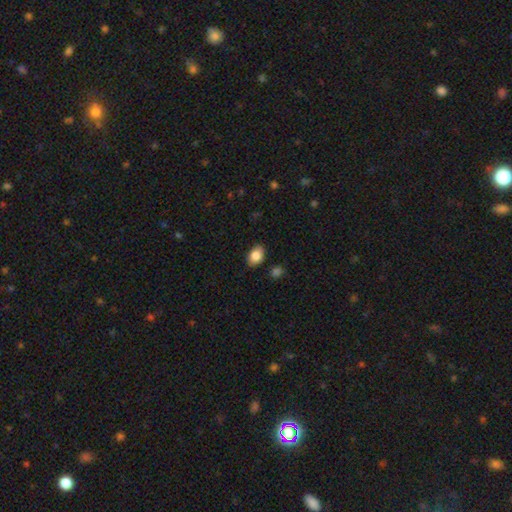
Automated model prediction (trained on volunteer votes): Smooth or featured? Predicted: smooth (p=0.84). How rounded? Predicted: in between (p=0.79). Merging? Predicted: none (p=0.85).